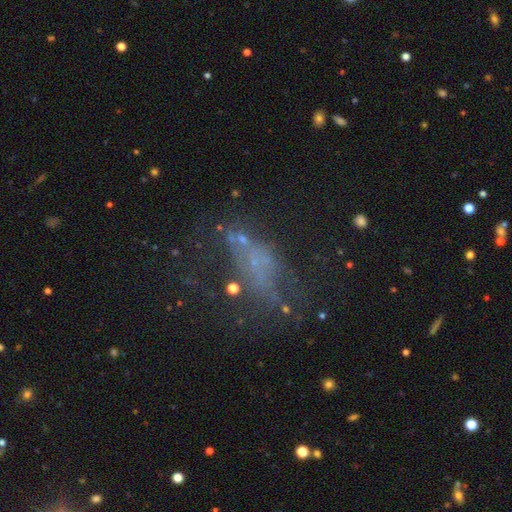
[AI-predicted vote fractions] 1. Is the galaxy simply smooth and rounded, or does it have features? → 46% featured or disk, 29% star or artifact, 25% smooth.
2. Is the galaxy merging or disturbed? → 43% none, 32% major disturbance, 17% minor disturbance, 8% merger.